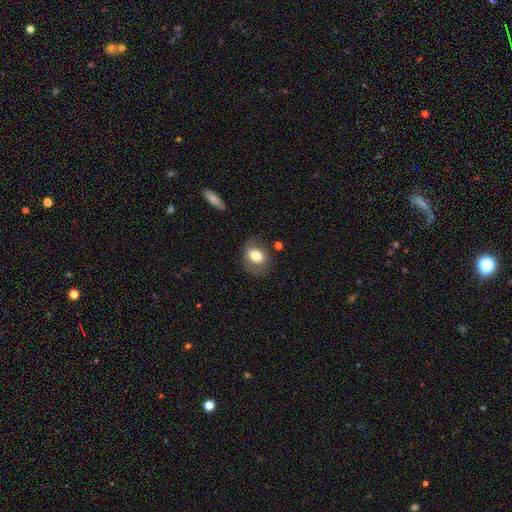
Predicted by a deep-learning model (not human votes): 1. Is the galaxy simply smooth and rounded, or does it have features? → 68% smooth, 24% featured or disk, 8% star or artifact.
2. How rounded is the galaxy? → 68% in between, 30% round, 1% cigar-shaped.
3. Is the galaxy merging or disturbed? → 69% none, 18% minor disturbance, 10% major disturbance, 3% merger.